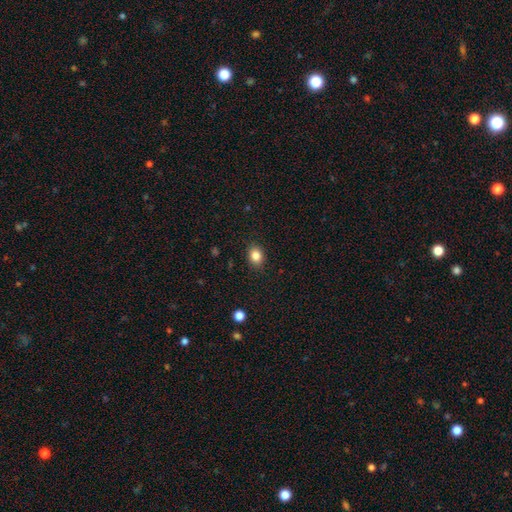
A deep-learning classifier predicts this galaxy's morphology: A smooth galaxy with no disk features (84%) that is in between round and cigar-shaped (54%).

Vote fractions:
- Smooth or featured? smooth: 84% / star or artifact: 10% / featured or disk: 6%
- How rounded? in between: 54% / round: 45% / cigar-shaped: 1%
- Merging? none: 88% / minor disturbance: 8% / major disturbance: 2% / merger: 1%